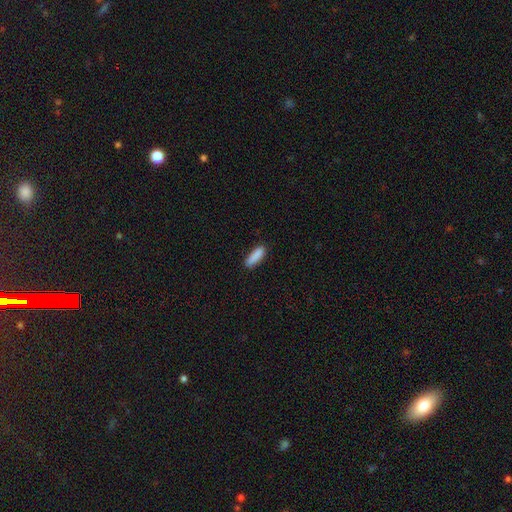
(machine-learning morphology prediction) A smooth galaxy with no disk features (88%) that is cigar-shaped (59%). Merging: none (84%).